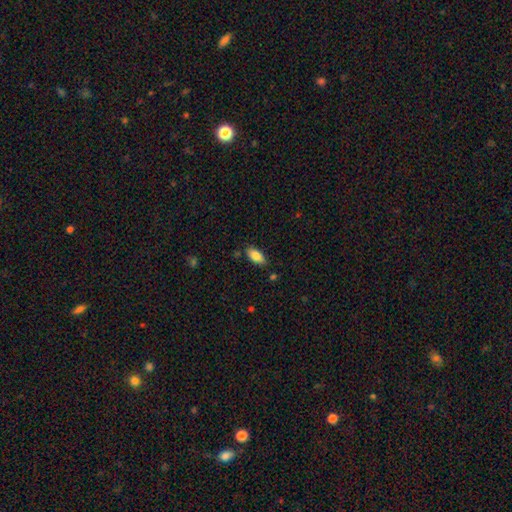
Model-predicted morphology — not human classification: smooth-or-featured: smooth: 83% | featured or disk: 10% | star or artifact: 7%
  how-rounded: in between: 88% | cigar-shaped: 10% | round: 2%
  merging: none: 80% | minor disturbance: 14% | major disturbance: 3% | merger: 3%